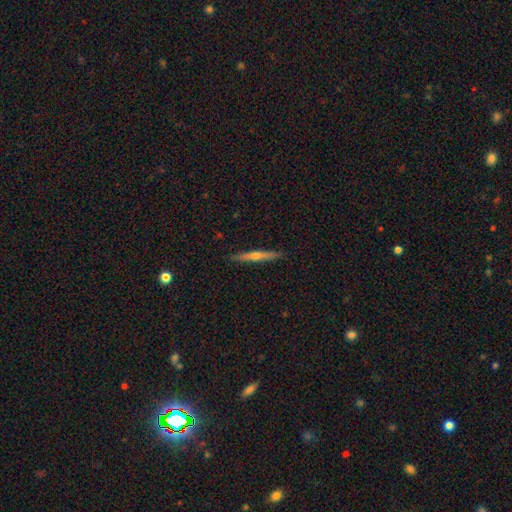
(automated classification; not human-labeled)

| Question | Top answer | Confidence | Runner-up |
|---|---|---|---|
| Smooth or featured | featured or disk | 66% | smooth (27%) |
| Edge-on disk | yes | 98% | no (2%) |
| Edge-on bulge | rounded | 83% | none (14%) |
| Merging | none | 92% | minor disturbance (6%) |